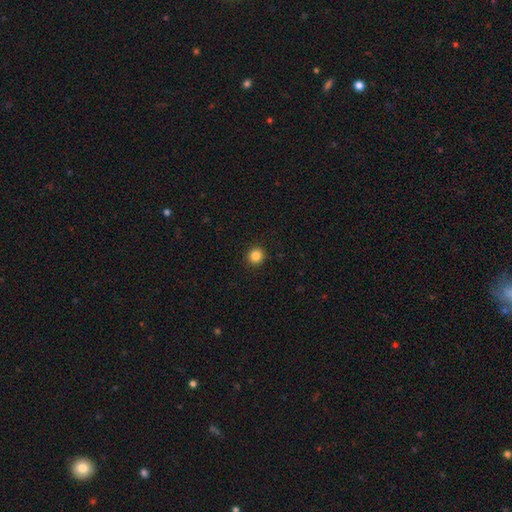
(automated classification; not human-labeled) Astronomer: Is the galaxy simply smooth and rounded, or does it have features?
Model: smooth — 85%.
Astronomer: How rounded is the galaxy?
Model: round — 93%.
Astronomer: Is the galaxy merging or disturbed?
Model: none — 93%.